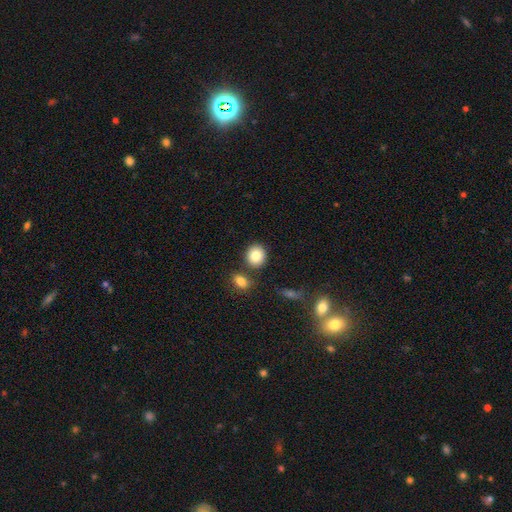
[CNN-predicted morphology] Smooth or featured?
  - smooth: 83% *
  - star or artifact: 9%
  - featured or disk: 8%
How rounded?
  - round: 79% *
  - in between: 20%
  - cigar-shaped: 1%
Merging?
  - none: 78% *
  - merger: 11%
  - minor disturbance: 9%
  - major disturbance: 3%